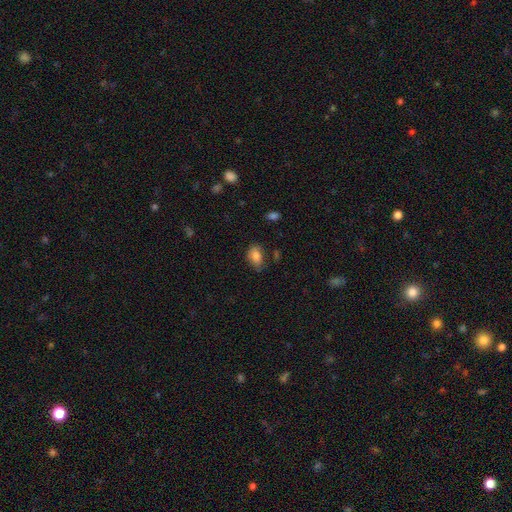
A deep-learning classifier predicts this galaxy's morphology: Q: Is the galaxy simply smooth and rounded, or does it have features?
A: smooth — 82%.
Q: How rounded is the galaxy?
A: in between — 85%.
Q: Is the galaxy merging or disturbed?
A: none — 66%.